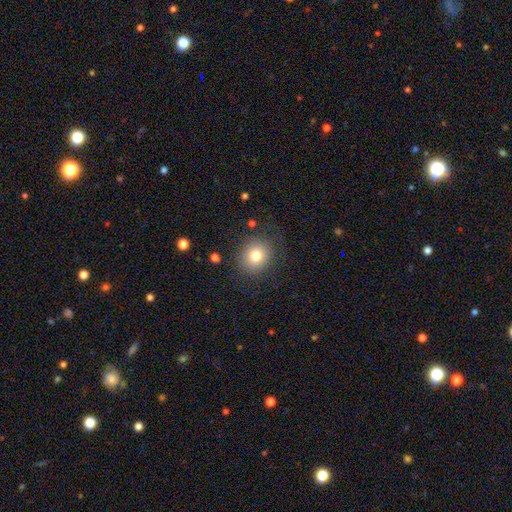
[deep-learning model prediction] Morphology: type=smooth (78%); roundness=round (74%); merging=none (82%).